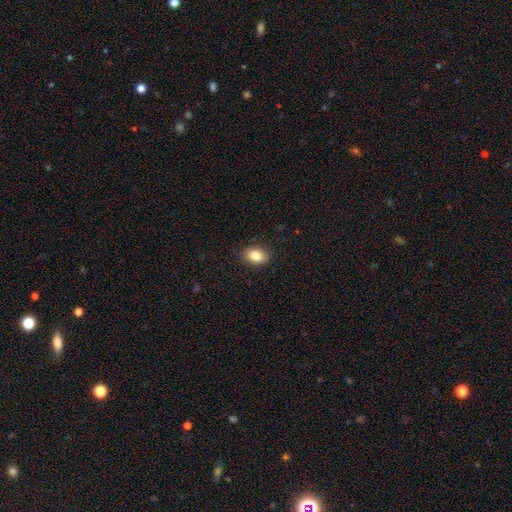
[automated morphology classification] The model was most divided on "how rounded": in between: 80%, round: 18%, cigar-shaped: 1%. More confident: merging — none (88%); smooth or featured — smooth (83%).